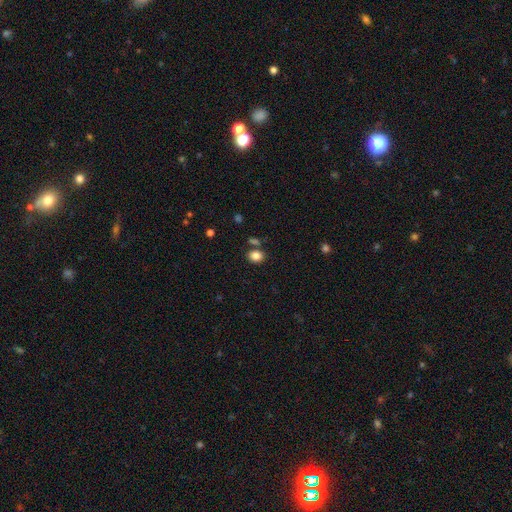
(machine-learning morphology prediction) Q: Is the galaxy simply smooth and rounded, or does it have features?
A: smooth — 84%.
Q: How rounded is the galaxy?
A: in between — 55%.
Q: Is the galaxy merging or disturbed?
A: none — 74%.